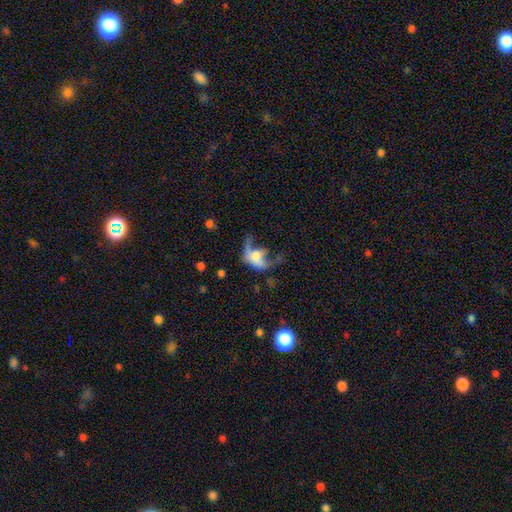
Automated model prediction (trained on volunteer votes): Smooth or featured: featured or disk — 47% (smooth — 42%)
Merging: major disturbance — 53% (none — 20%)